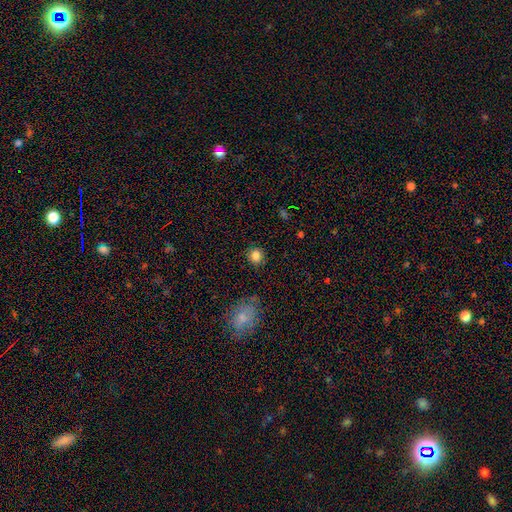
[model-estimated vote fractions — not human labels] Q: Smooth or featured?
A: smooth (84%); runner-up: star or artifact (11%)
Q: How rounded?
A: round (85%); runner-up: in between (14%)
Q: Merging?
A: none (87%); runner-up: minor disturbance (9%)